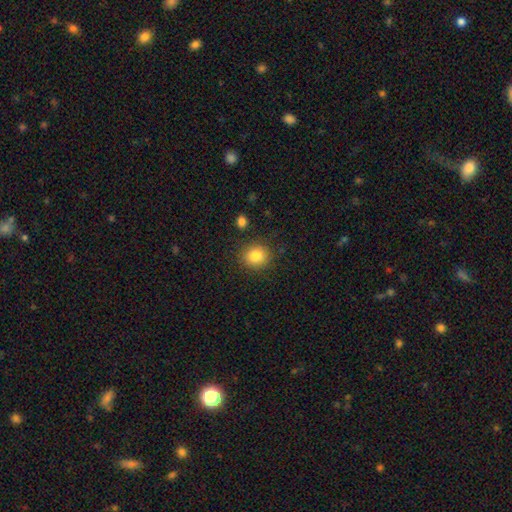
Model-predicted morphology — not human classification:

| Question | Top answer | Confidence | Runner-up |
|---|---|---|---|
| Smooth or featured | smooth | 83% | star or artifact (10%) |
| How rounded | round | 79% | in between (20%) |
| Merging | none | 86% | minor disturbance (9%) |